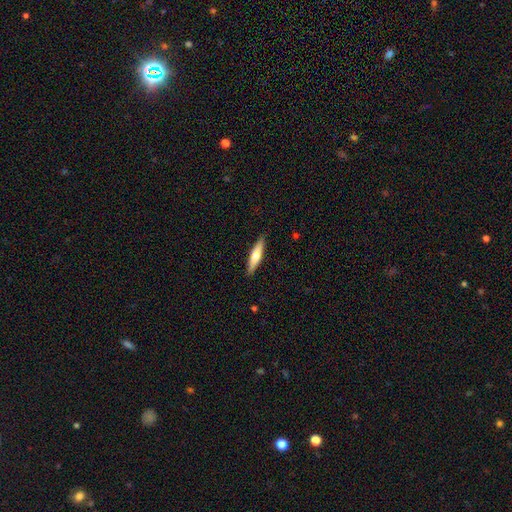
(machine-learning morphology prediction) smooth-or-featured: smooth: 57% | featured or disk: 38% | star or artifact: 5%
  how-rounded: cigar-shaped: 78% | in between: 21% | round: 2%
  merging: none: 90% | minor disturbance: 8% | major disturbance: 2% | merger: 1%